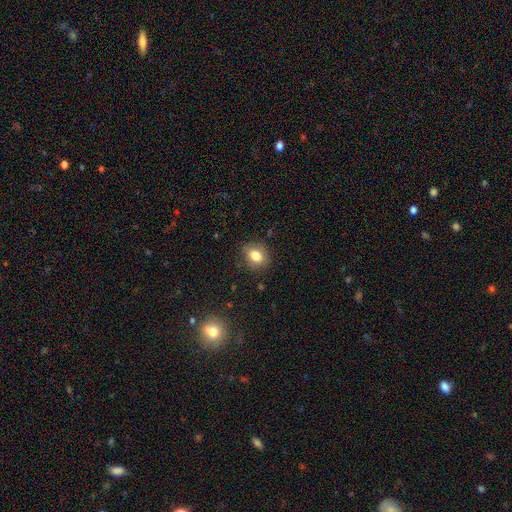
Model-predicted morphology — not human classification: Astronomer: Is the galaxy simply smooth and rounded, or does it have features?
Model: smooth — 81%.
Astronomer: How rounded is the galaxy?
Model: in between — 52% (runner-up: round, 47%).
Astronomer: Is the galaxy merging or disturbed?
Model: none — 83%.